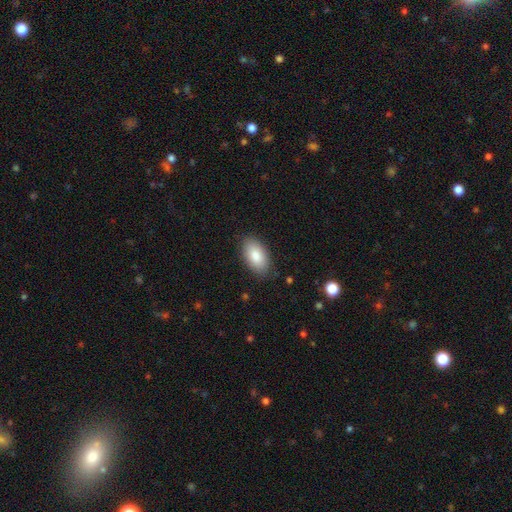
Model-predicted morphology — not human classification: smooth-or-featured: smooth: 85% | featured or disk: 8% | star or artifact: 6%
  how-rounded: in between: 94% | round: 3% | cigar-shaped: 2%
  merging: none: 85% | minor disturbance: 11% | major disturbance: 3% | merger: 1%